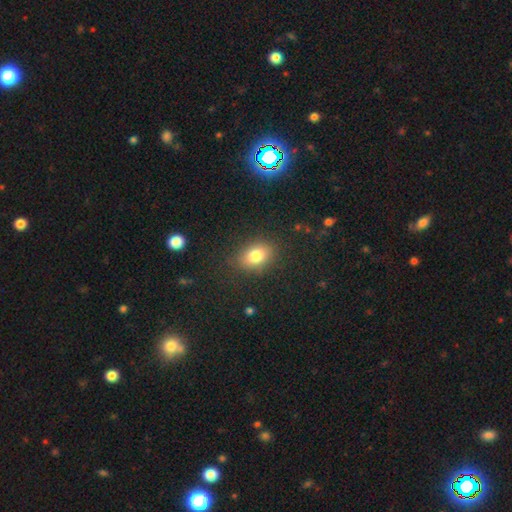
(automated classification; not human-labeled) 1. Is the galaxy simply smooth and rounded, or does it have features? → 80% smooth, 11% star or artifact, 9% featured or disk.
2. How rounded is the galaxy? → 75% in between, 23% round, 2% cigar-shaped.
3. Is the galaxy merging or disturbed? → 82% none, 12% minor disturbance, 4% major disturbance, 1% merger.